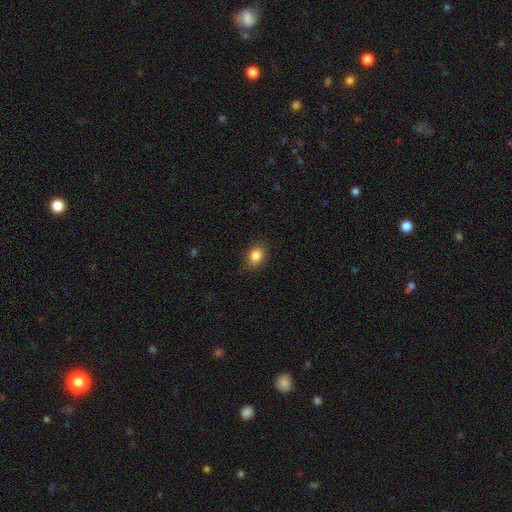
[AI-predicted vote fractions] A smooth galaxy with no disk features (85%) that is in between round and cigar-shaped (65%). Merging: none (86%).